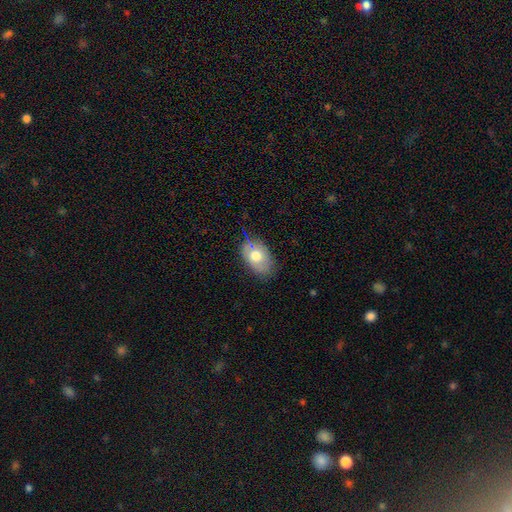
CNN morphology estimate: A smooth galaxy with no disk features (67%) that is in between round and cigar-shaped (86%).

Vote fractions:
- Smooth or featured? smooth: 67% / featured or disk: 25% / star or artifact: 8%
- How rounded? in between: 86% / round: 13% / cigar-shaped: 1%
- Merging? none: 63% / minor disturbance: 28% / major disturbance: 6% / merger: 2%